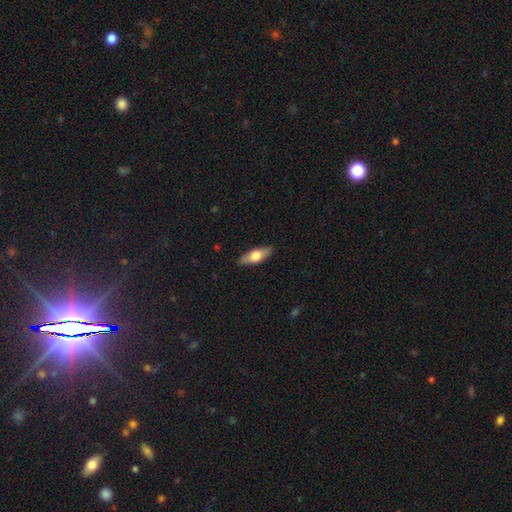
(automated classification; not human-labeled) Smooth or featured? smooth (64%)
How rounded? in between (67%)
Merging? none (87%)